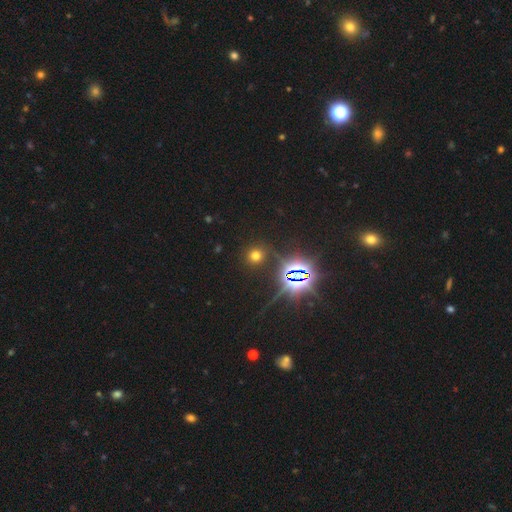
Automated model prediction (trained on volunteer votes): Morphology: type=smooth (56%); roundness=round (91%); merging=none (87%).